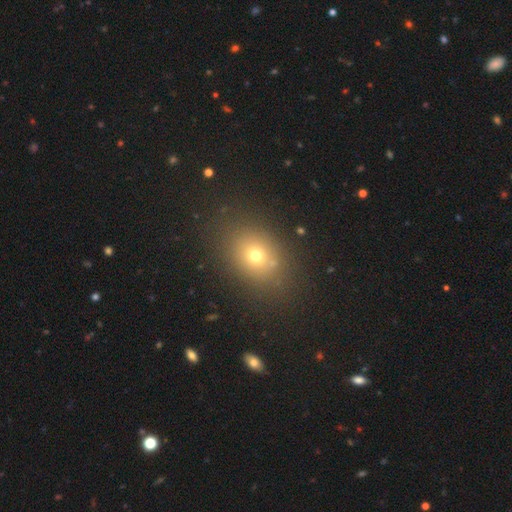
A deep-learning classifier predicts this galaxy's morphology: Smooth or featured: smooth — 68% (star or artifact — 19%)
How rounded: in between — 51% (round — 48%)
Merging: none — 82% (minor disturbance — 10%)